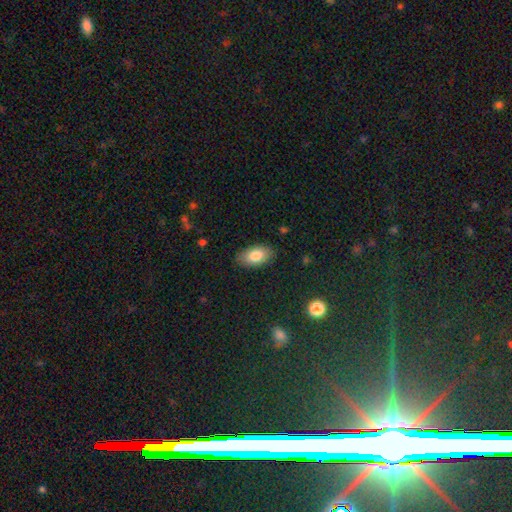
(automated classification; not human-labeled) Morphology: type=smooth (82%); roundness=in between (93%); merging=none (86%).